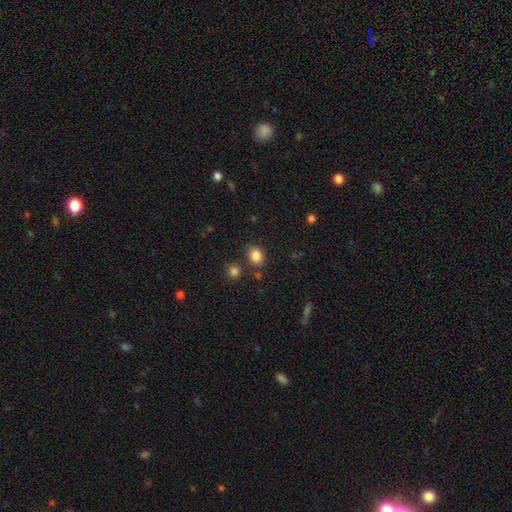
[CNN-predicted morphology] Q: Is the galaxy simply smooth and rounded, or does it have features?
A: smooth — 84%.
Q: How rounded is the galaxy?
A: round — 50%.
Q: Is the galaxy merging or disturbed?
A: none — 76%.